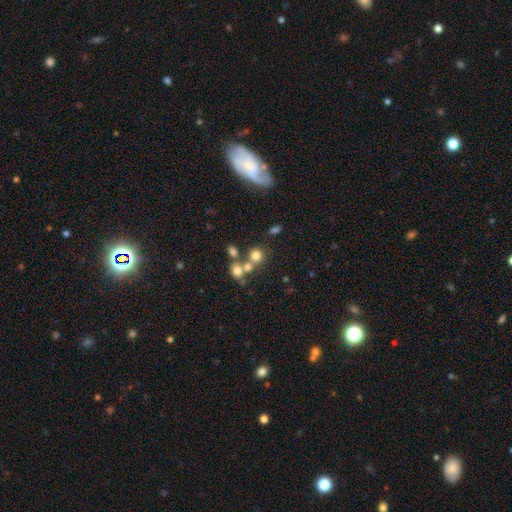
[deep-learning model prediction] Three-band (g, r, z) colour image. It shows a smooth galaxy with no disk features (69%) that is round (81%). Merging: none (48%).